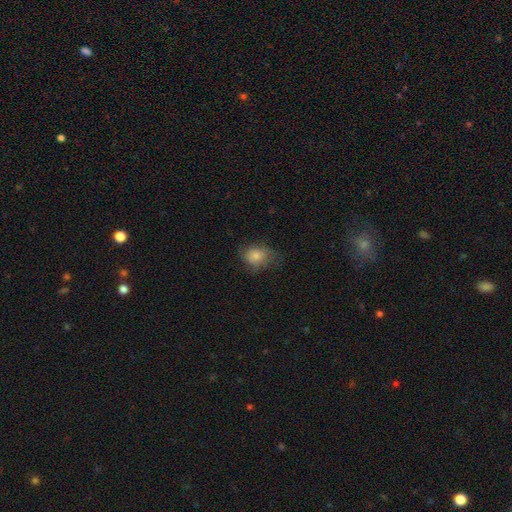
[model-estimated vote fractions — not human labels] This is likely a smooth galaxy (73%). How rounded: possibly round (50%). Merging: possibly none (58%).